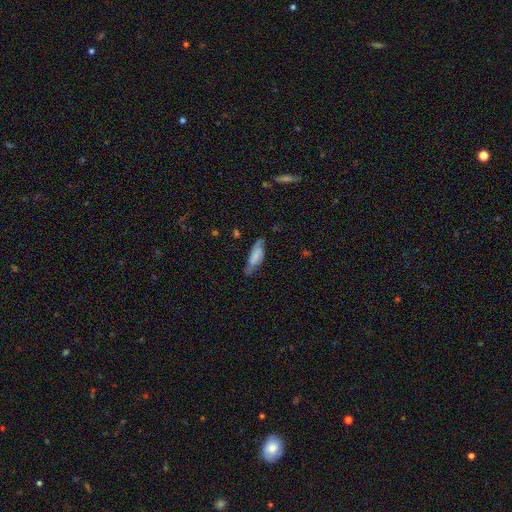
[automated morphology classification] Overall: smooth (55%; featured or disk 38%). How rounded: in between (61%; cigar-shaped 37%). Merging: none (62%; minor disturbance 27%).